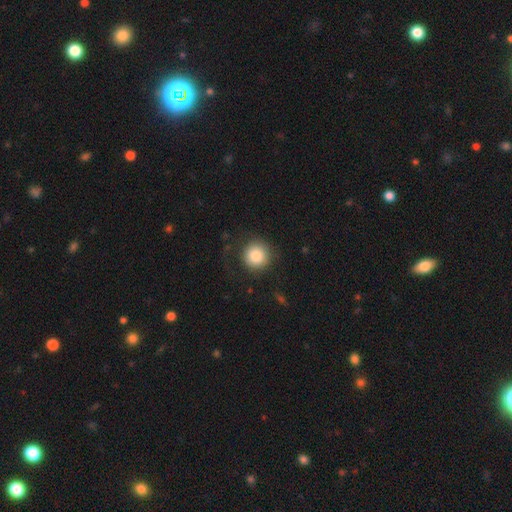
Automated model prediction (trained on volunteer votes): The model was most divided on "merging": none: 79%, minor disturbance: 12%, major disturbance: 7%, merger: 1%. More confident: how rounded — round (94%); smooth or featured — smooth (84%).